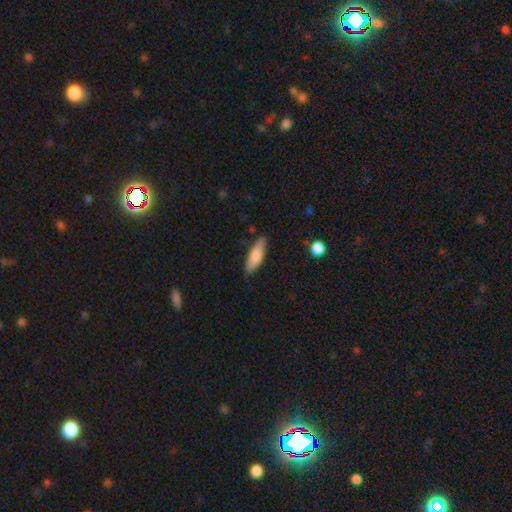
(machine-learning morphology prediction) Smooth or featured? Predicted: smooth (p=0.77). How rounded? Predicted: cigar-shaped (p=0.51). Merging? Predicted: none (p=0.85).